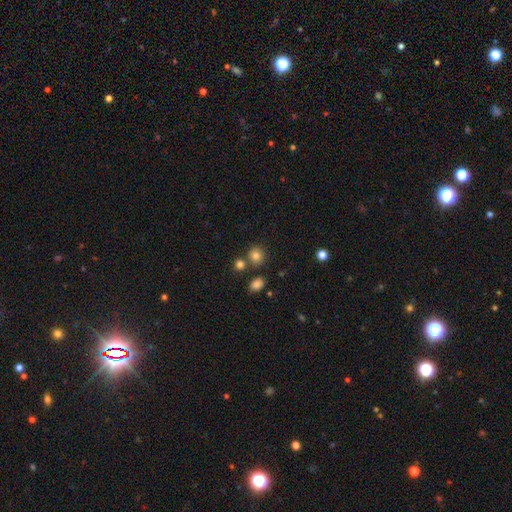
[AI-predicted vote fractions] Smooth or featured? smooth (81%)
How rounded? round (83%)
Merging? none (75%)